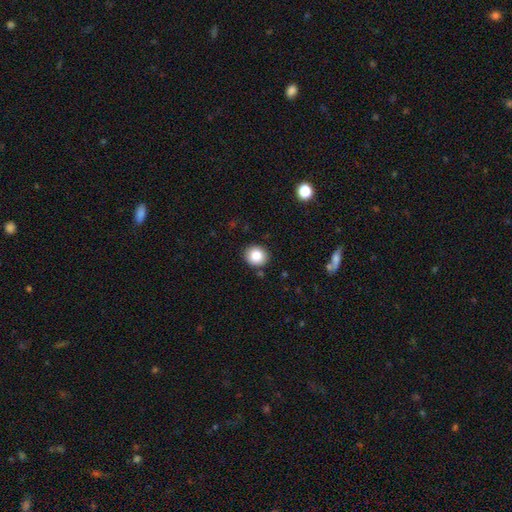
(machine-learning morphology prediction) This is clearly a smooth galaxy (84%). How rounded: clearly round (82%). Merging: clearly none (88%).